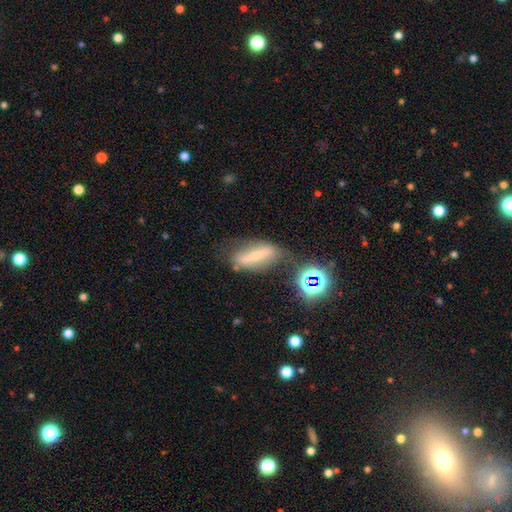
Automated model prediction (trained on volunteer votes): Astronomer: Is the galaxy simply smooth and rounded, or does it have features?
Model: featured or disk — 48% (runner-up: smooth, 37%).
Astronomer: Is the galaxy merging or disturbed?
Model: none — 53%.